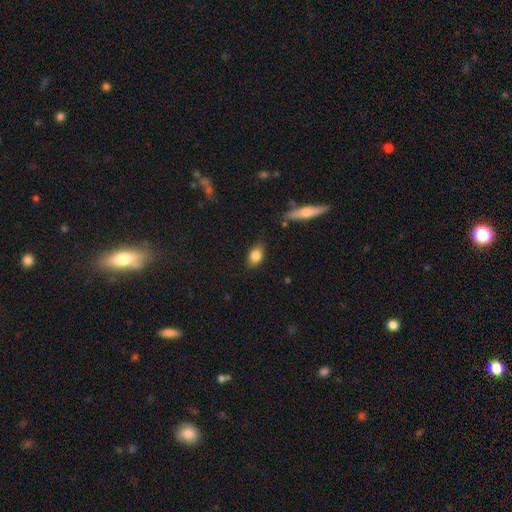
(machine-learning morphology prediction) Smooth or featured? Predicted: smooth (p=0.81). How rounded? Predicted: in between (p=0.75). Merging? Predicted: none (p=0.78).